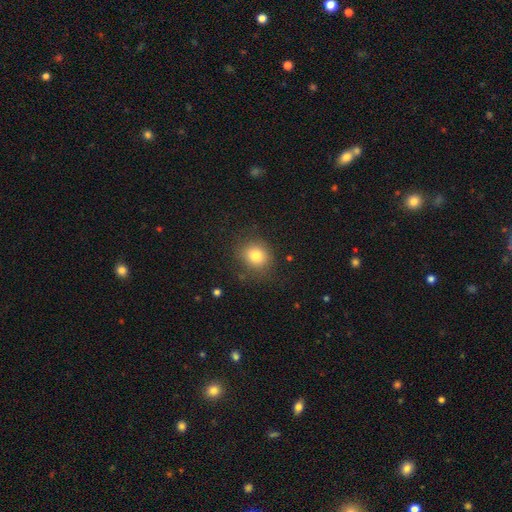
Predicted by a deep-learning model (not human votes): smooth 79%, star or artifact 12%, featured or disk 9%. Down the decision tree: how rounded — round (76%); merging — none (82%).